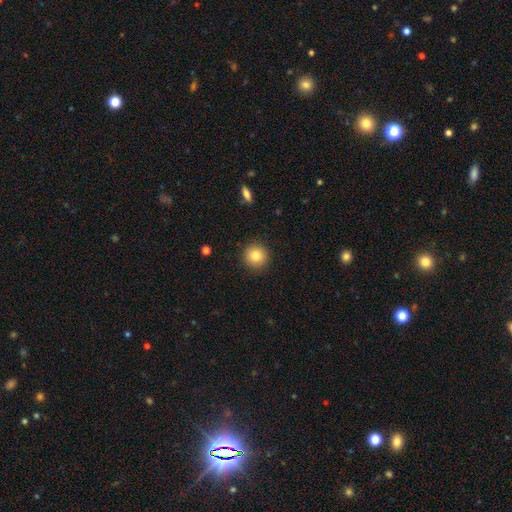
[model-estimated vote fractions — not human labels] A smooth galaxy with no disk features (82%) that is round (95%). Merging: none (91%).